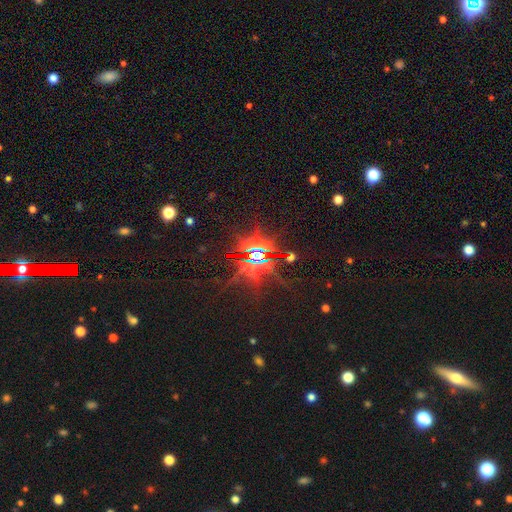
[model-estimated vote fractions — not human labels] Morphology: type=star or artifact (83%).